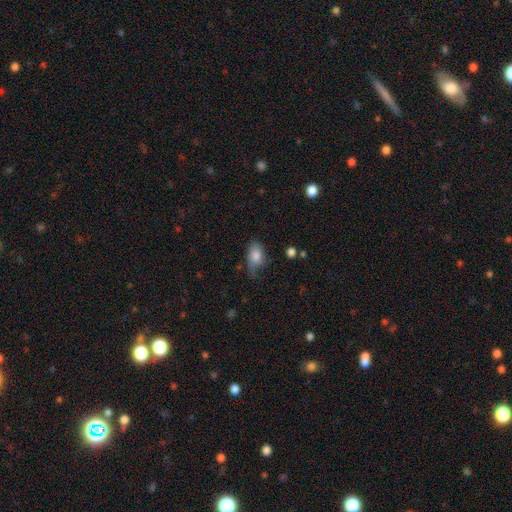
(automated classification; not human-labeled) A smooth galaxy with no disk features (78%) that is in between round and cigar-shaped (88%).

Vote fractions:
- Smooth or featured? smooth: 78% / featured or disk: 14% / star or artifact: 8%
- How rounded? in between: 88% / round: 10% / cigar-shaped: 3%
- Merging? none: 50% / minor disturbance: 35% / major disturbance: 13% / merger: 2%